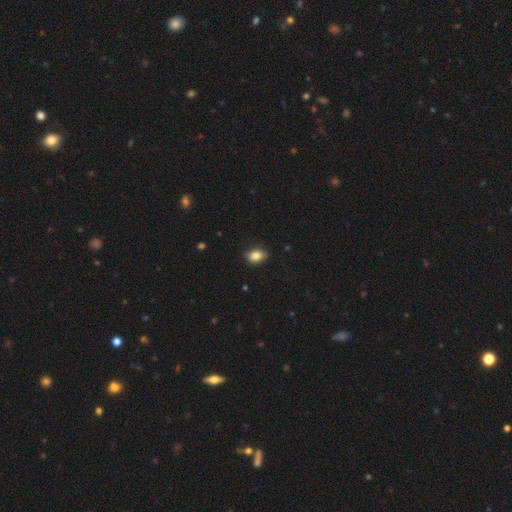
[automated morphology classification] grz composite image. It shows a smooth galaxy with no disk features (87%) that is in between round and cigar-shaped (74%). Merging: none (83%).